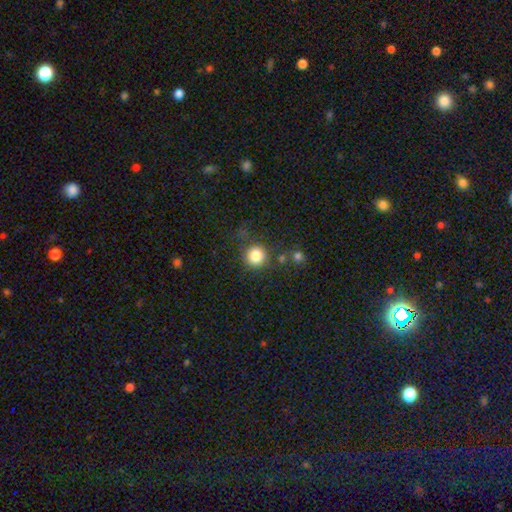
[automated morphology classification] Smooth or featured? Predicted: smooth (p=0.83). How rounded? Predicted: round (p=0.93). Merging? Predicted: none (p=0.79).